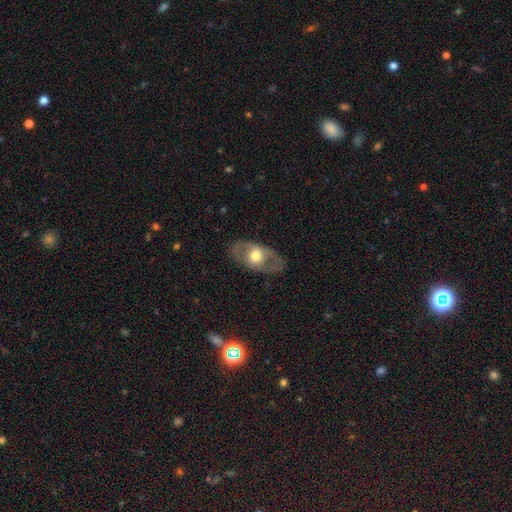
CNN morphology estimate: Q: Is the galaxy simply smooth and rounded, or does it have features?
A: featured or disk — 57%.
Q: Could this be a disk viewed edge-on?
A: no — 84%.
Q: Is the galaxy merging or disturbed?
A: none — 80%.